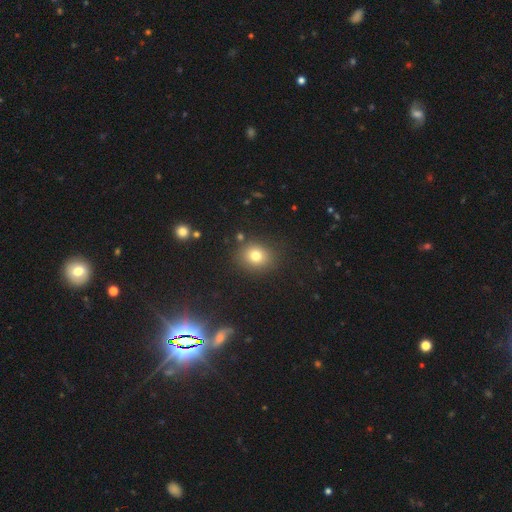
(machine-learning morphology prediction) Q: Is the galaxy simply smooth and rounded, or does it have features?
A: smooth — 78%.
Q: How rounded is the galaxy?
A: round — 70%.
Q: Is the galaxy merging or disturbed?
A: none — 85%.